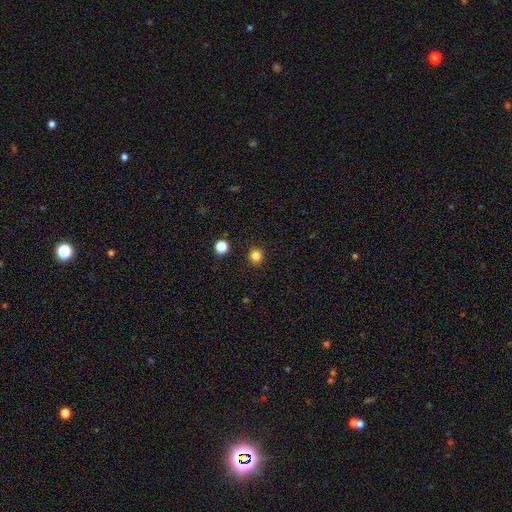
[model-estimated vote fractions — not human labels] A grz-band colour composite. It shows a smooth galaxy with no disk features (83%) that is round (92%). Merging: none (92%).